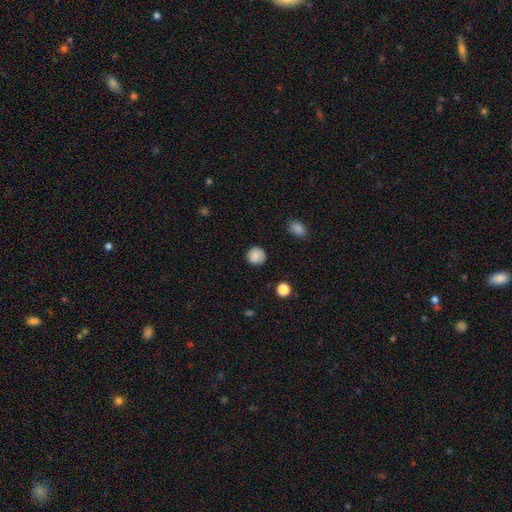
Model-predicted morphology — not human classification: Smooth or featured?
  - smooth: 85% *
  - star or artifact: 9%
  - featured or disk: 5%
How rounded?
  - round: 90% *
  - in between: 9%
  - cigar-shaped: 1%
Merging?
  - none: 85% *
  - minor disturbance: 10%
  - major disturbance: 3%
  - merger: 1%